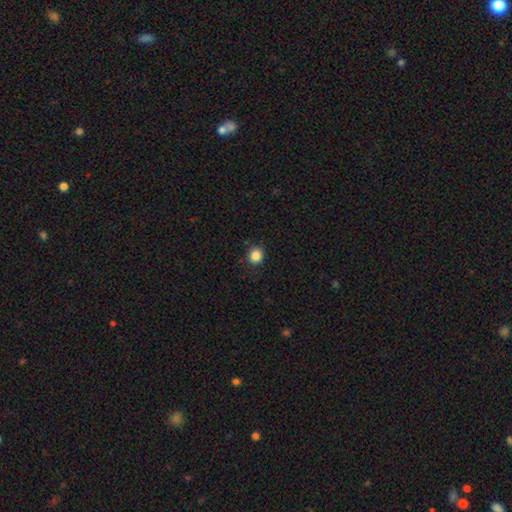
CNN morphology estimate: smooth-or-featured: smooth: 86% | star or artifact: 11% | featured or disk: 3%
  how-rounded: round: 88% | in between: 11% | cigar-shaped: 1%
  merging: none: 89% | minor disturbance: 8% | major disturbance: 2% | merger: 1%